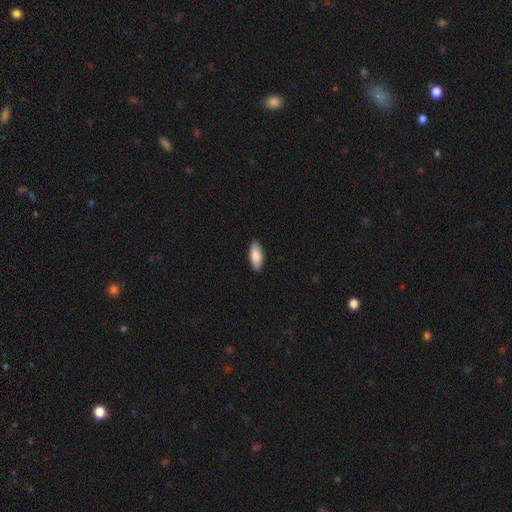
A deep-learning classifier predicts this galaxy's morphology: smooth 85%, featured or disk 10%, star or artifact 5%. Down the decision tree: how rounded — in between (84%); merging — none (90%).